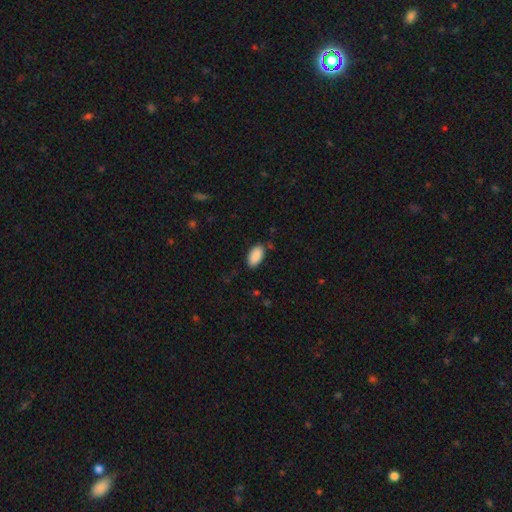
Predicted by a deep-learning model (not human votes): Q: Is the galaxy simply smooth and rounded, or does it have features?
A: smooth — 90%.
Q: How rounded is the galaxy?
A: in between — 95%.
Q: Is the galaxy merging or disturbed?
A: none — 82%.